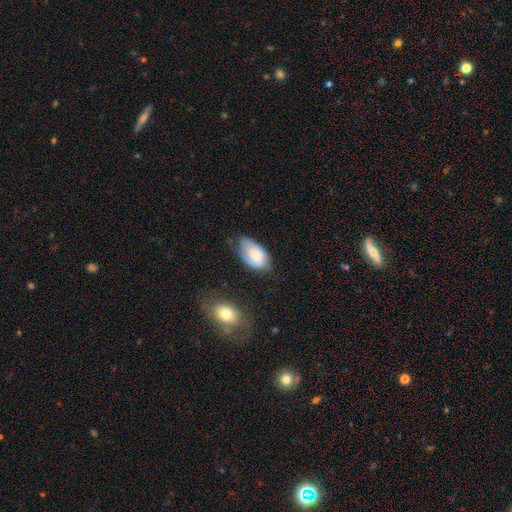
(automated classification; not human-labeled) The model was most divided on "merging": none: 55%, minor disturbance: 34%, major disturbance: 8%, merger: 3%. More confident: how rounded — in between (93%); smooth or featured — smooth (65%).